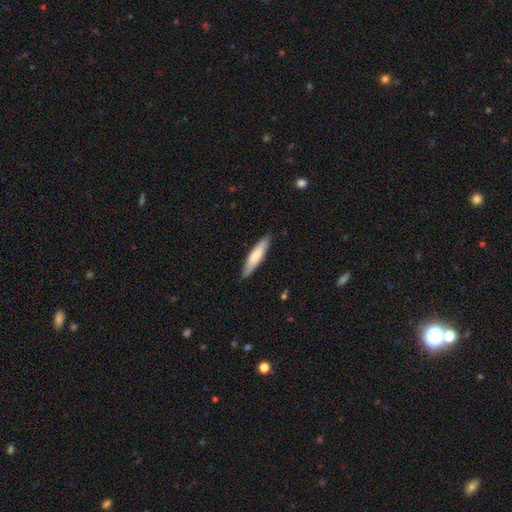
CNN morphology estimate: The model was most divided on "smooth or featured": smooth: 70%, featured or disk: 25%, star or artifact: 5%. More confident: merging — none (88%); how rounded — cigar-shaped (81%).